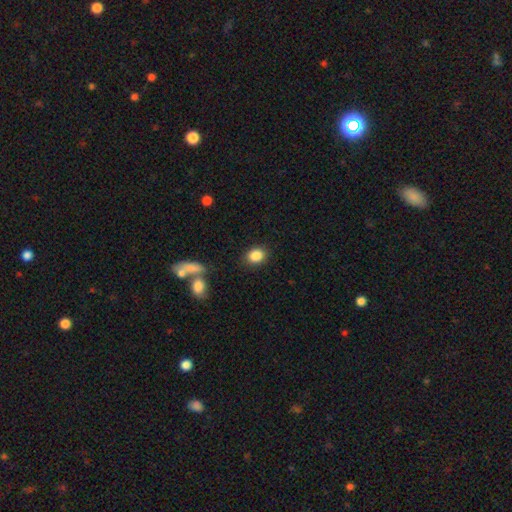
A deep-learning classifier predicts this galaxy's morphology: A smooth galaxy with no disk features (86%) that is in between round and cigar-shaped (50%). Merging: none (86%).